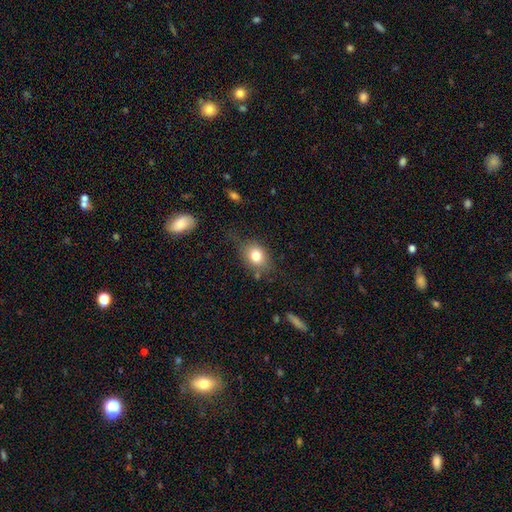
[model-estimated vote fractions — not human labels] Smooth or featured?
  - smooth: 78% *
  - featured or disk: 13%
  - star or artifact: 10%
How rounded?
  - in between: 60% *
  - round: 38%
  - cigar-shaped: 2%
Merging?
  - none: 67% *
  - minor disturbance: 22%
  - major disturbance: 9%
  - merger: 3%